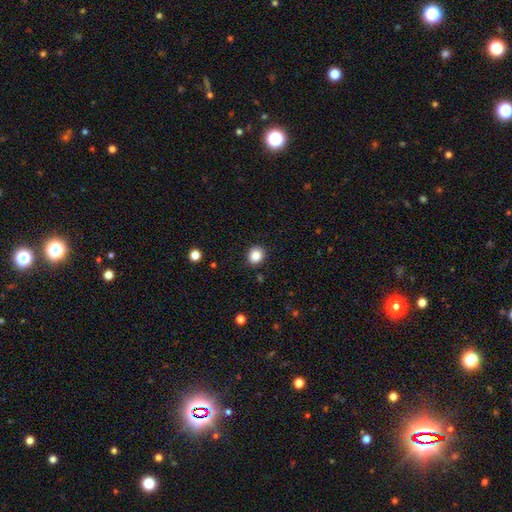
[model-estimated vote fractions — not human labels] Overall: smooth (86%). How rounded: round (82%). Merging: none (90%).